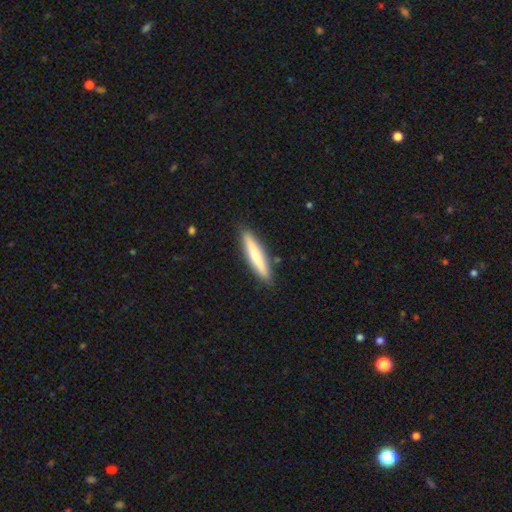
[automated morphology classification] Smooth or featured? smooth (68%)
How rounded? cigar-shaped (90%)
Merging? none (89%)